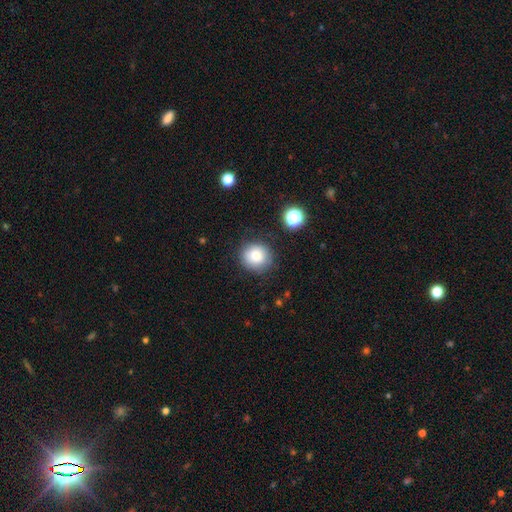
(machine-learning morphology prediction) Q: Smooth or featured?
A: smooth (79%); runner-up: star or artifact (11%)
Q: How rounded?
A: round (89%); runner-up: in between (11%)
Q: Merging?
A: none (81%); runner-up: minor disturbance (13%)